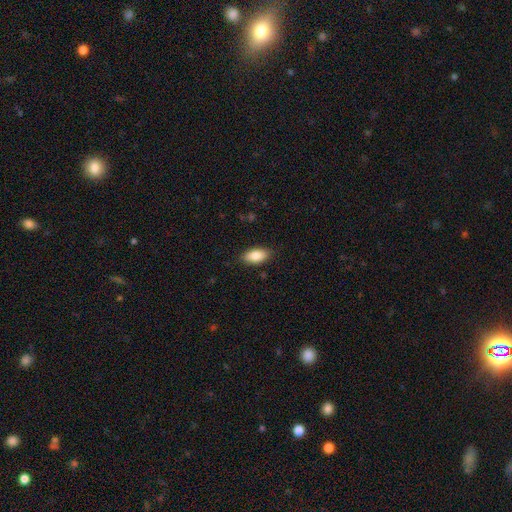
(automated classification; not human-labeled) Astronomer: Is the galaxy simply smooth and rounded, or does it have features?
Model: smooth — 85%.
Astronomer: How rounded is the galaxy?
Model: in between — 92%.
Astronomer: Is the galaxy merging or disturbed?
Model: none — 86%.